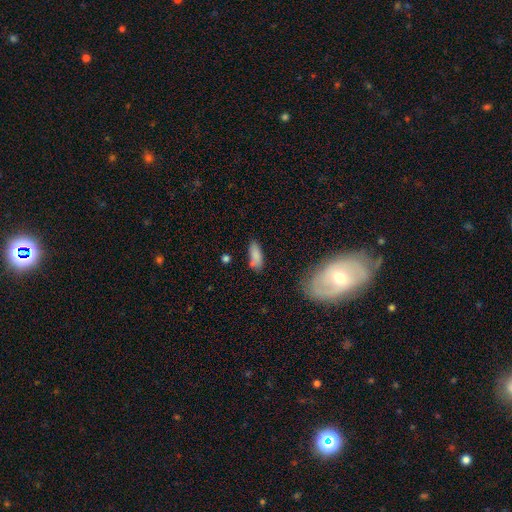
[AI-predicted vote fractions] This is clearly a smooth galaxy (83%). How rounded: likely in between (75%). Merging: likely none (64%).